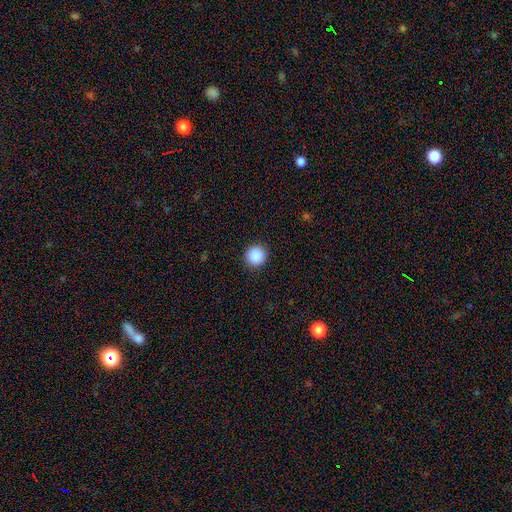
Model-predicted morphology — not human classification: The model was most divided on "smooth or featured": smooth: 89%, star or artifact: 9%, featured or disk: 2%. More confident: how rounded — round (96%); merging — none (93%).